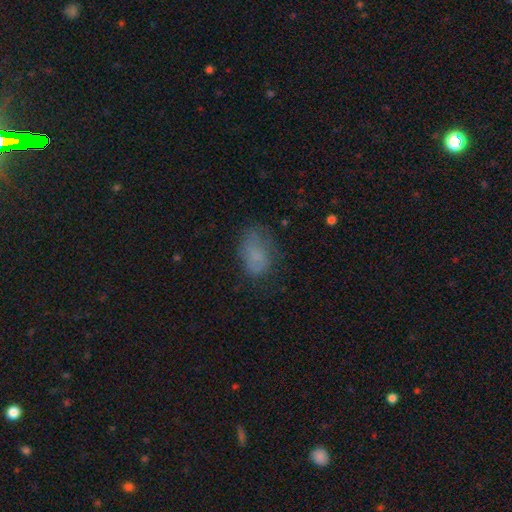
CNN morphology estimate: Q: Smooth or featured?
A: smooth (70%); runner-up: featured or disk (17%)
Q: How rounded?
A: in between (85%); runner-up: round (13%)
Q: Merging?
A: none (50%); runner-up: minor disturbance (28%)